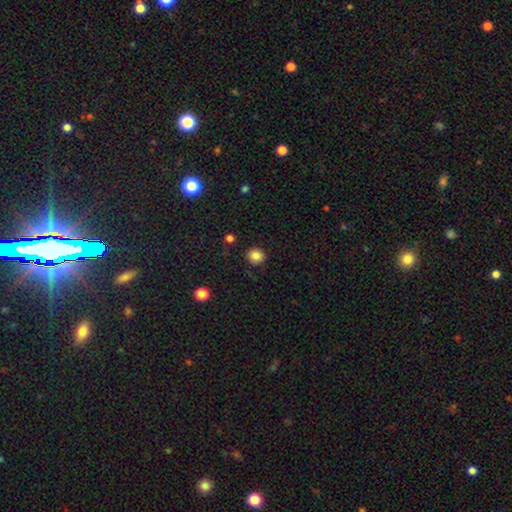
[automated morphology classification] smooth_or_featured: smooth (p=0.84) [alt: star or artifact p=0.11]
how_rounded: round (p=0.85) [alt: in between p=0.14]
merging: none (p=0.87) [alt: minor disturbance p=0.09]